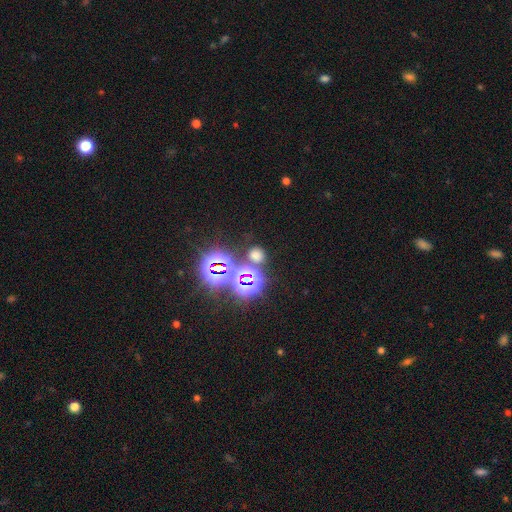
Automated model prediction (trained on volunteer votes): Smooth or featured?
  - smooth: 50% *
  - star or artifact: 44%
  - featured or disk: 6%
Merging?
  - none: 76% *
  - merger: 10%
  - minor disturbance: 9%
  - major disturbance: 5%